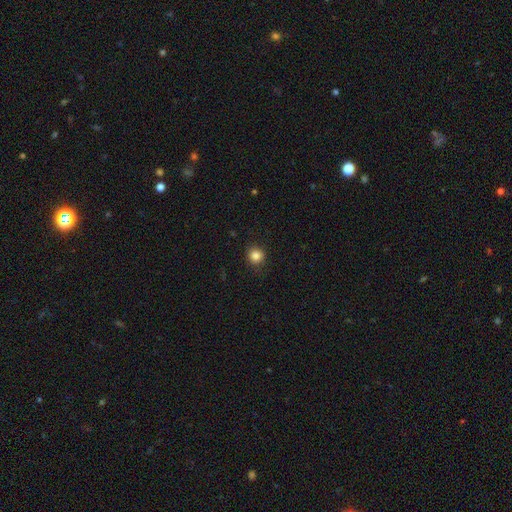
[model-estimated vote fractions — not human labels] Overall: smooth (85%). How rounded: round (91%). Merging: none (88%).